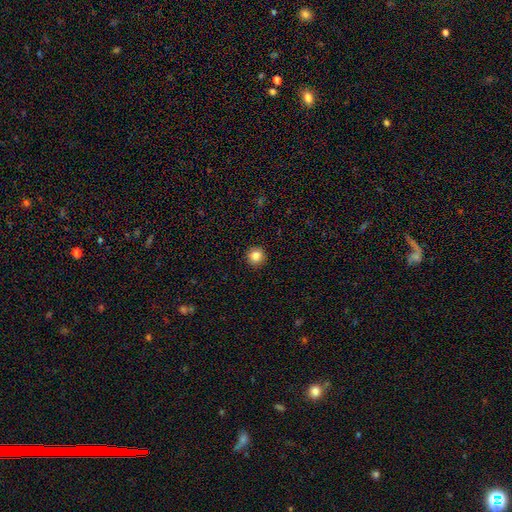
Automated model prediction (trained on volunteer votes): A smooth galaxy with no disk features (84%) that is round (95%). Merging: none (93%).